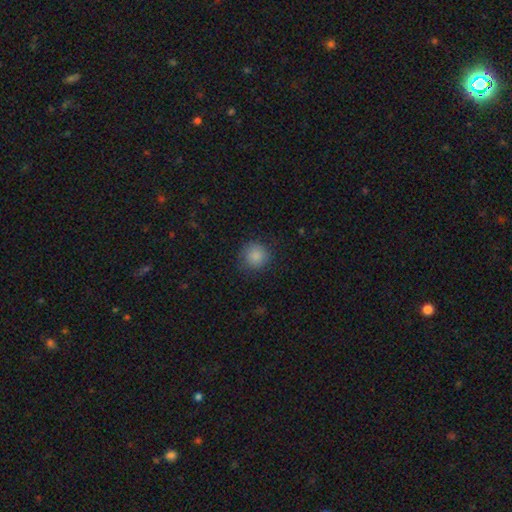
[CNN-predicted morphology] A smooth galaxy with no disk features (86%) that is round (92%). Merging: none (83%).